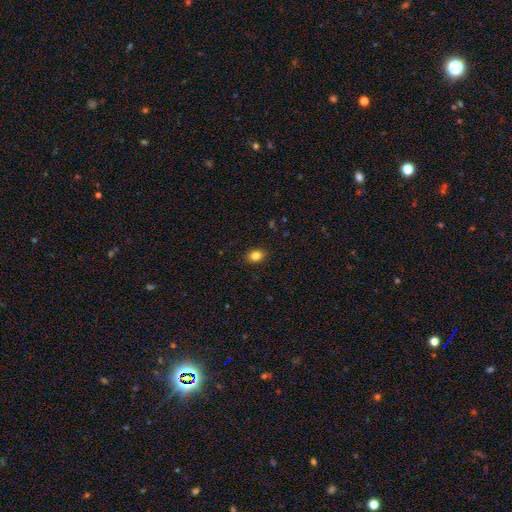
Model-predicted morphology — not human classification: The model was most divided on "how rounded": in between: 59%, round: 40%, cigar-shaped: 1%. More confident: merging — none (89%); smooth or featured — smooth (84%).